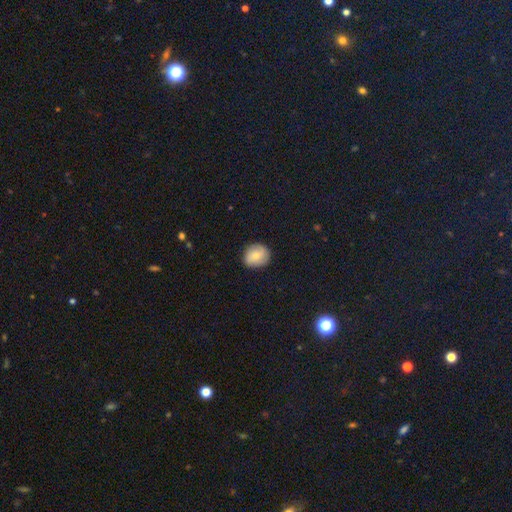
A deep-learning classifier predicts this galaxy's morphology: smooth-or-featured: smooth: 72% | featured or disk: 20% | star or artifact: 8%
  how-rounded: round: 75% | in between: 24% | cigar-shaped: 1%
  merging: none: 83% | minor disturbance: 13% | major disturbance: 3% | merger: 1%